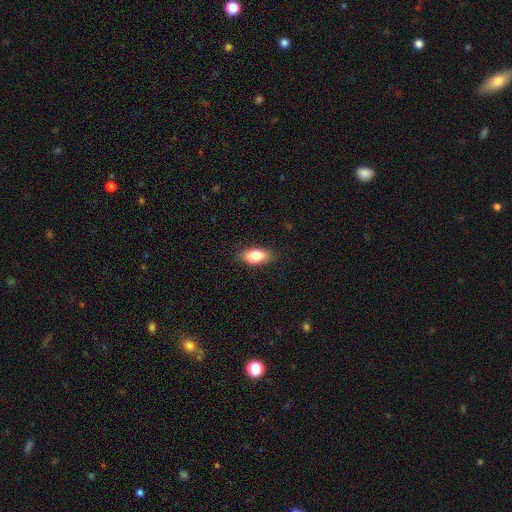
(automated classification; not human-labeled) smooth 83%, featured or disk 10%, star or artifact 7%. Down the decision tree: how rounded — in between (89%); merging — none (85%).